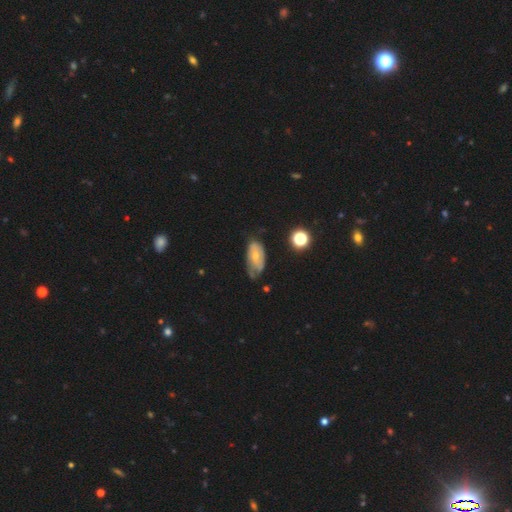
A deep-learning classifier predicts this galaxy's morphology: smooth-or-featured: featured or disk: 46% (tied) | smooth: 46% (tied) | star or artifact: 9%
  merging: none: 40% (tied) | minor disturbance: 40% (tied) | major disturbance: 17% | merger: 3%